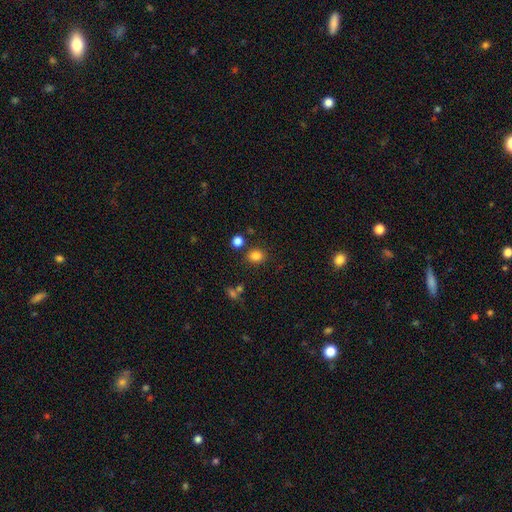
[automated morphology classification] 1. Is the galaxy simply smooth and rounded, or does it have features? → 82% smooth, 13% star or artifact, 5% featured or disk.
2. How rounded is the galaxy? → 66% round, 33% in between, 1% cigar-shaped.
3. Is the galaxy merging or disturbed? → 80% none, 9% minor disturbance, 7% merger, 3% major disturbance.